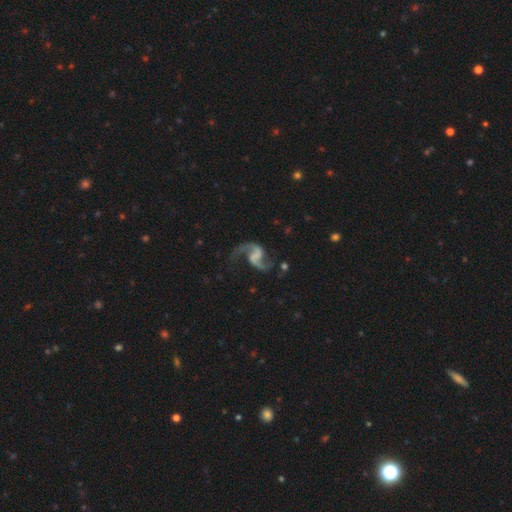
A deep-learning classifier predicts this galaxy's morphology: Q: Smooth or featured?
A: featured or disk (92%); runner-up: star or artifact (5%)
Q: Edge-on disk?
A: no (98%); runner-up: yes (2%)
Q: Bar?
A: weak (45%); runner-up: no (34%)
Q: Spiral arms?
A: yes (98%); runner-up: no (2%)
Q: Spiral winding?
A: loose (69%); runner-up: medium (27%)
Q: Spiral arm count?
A: 2 (94%); runner-up: 1 (2%)
Q: Bulge size?
A: none (67%); runner-up: small (16%)
Q: Merging?
A: none (72%); runner-up: minor disturbance (15%)